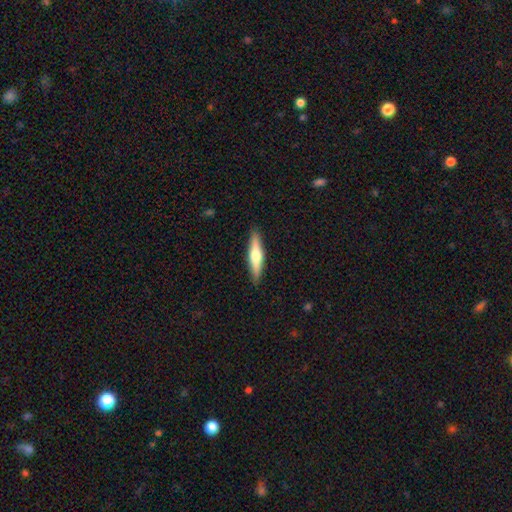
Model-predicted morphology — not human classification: smooth_or_featured: featured or disk (p=0.51) [alt: smooth p=0.44]
disk_edge_on: yes (p=0.95) [alt: no p=0.05]
merging: none (p=0.90) [alt: minor disturbance p=0.07]